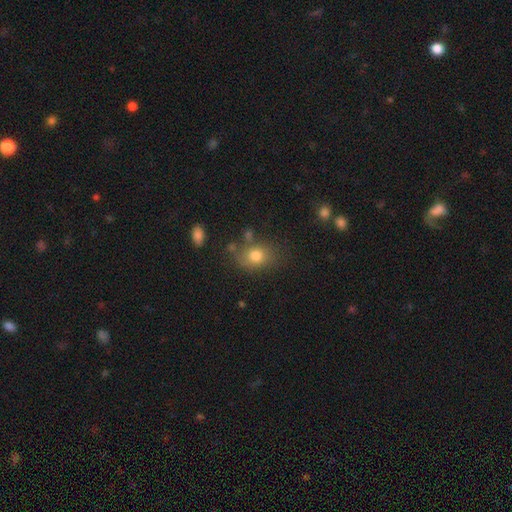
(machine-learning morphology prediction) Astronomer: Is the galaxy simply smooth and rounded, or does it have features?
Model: smooth — 78%.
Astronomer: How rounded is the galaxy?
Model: in between — 59% (runner-up: round, 40%).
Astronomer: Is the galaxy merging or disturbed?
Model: none — 67%.